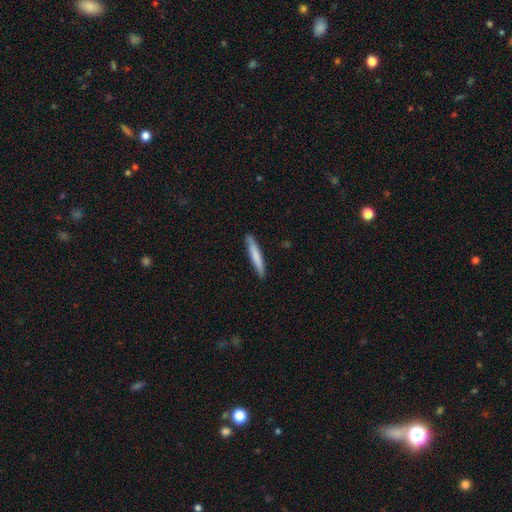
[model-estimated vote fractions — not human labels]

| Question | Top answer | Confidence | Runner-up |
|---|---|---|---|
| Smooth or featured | smooth | 72% | featured or disk (23%) |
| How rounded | cigar-shaped | 94% | in between (5%) |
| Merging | none | 85% | minor disturbance (12%) |